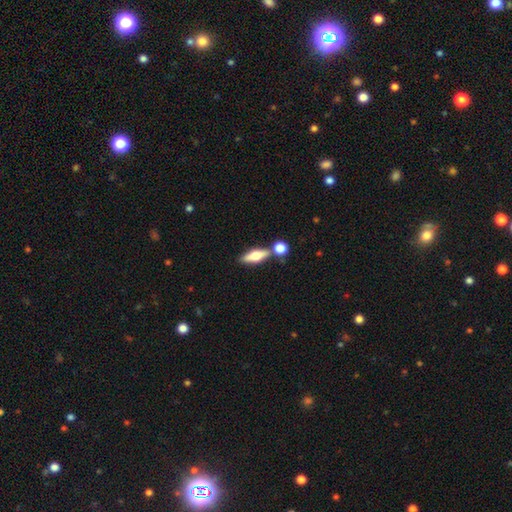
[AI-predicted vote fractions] Q: Smooth or featured?
A: smooth (49%); runner-up: featured or disk (44%)
Q: Merging?
A: none (68%); runner-up: merger (19%)